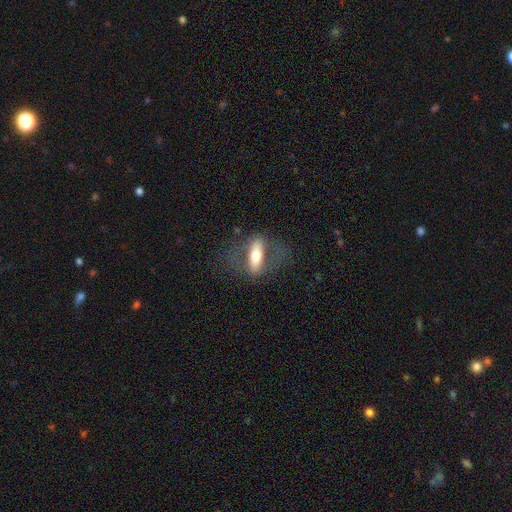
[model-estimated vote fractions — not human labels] Smooth or featured? smooth (51%)
How rounded? in between (48%, tied with cigar-shaped)
Merging? none (67%)